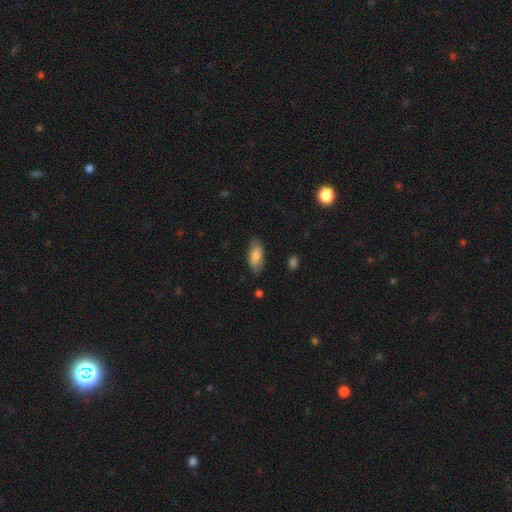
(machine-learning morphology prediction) The model was most divided on "merging": none: 79%, minor disturbance: 16%, major disturbance: 3%, merger: 1%. More confident: how rounded — in between (84%); smooth or featured — smooth (79%).